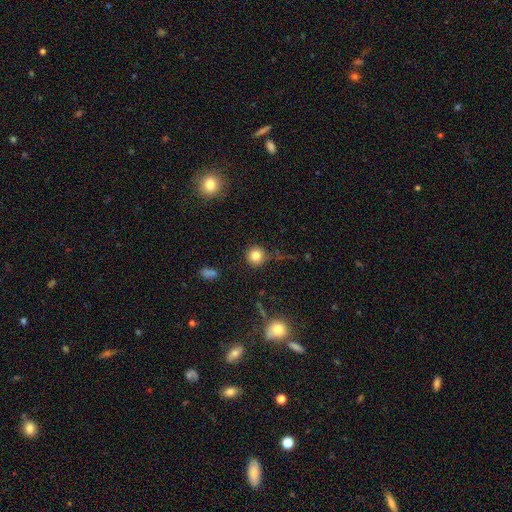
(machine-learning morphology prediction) smooth-or-featured: smooth: 82% | star or artifact: 12% | featured or disk: 7%
  how-rounded: round: 93% | in between: 6% | cigar-shaped: 1%
  merging: none: 84% | minor disturbance: 10% | major disturbance: 4% | merger: 3%